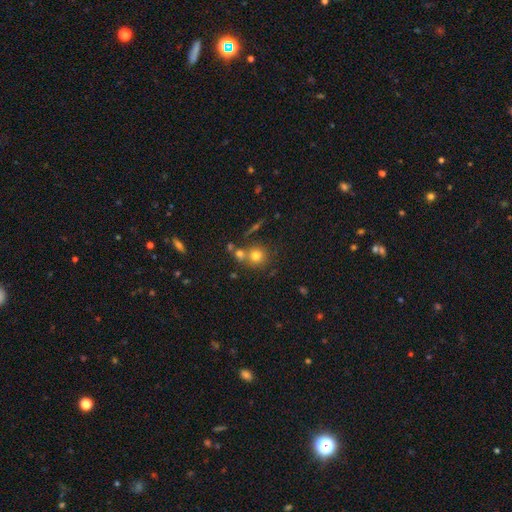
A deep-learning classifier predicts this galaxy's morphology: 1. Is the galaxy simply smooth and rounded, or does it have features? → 74% smooth, 14% star or artifact, 12% featured or disk.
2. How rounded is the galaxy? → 88% round, 10% in between, 1% cigar-shaped.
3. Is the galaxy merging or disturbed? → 60% none, 26% merger, 9% minor disturbance, 4% major disturbance.